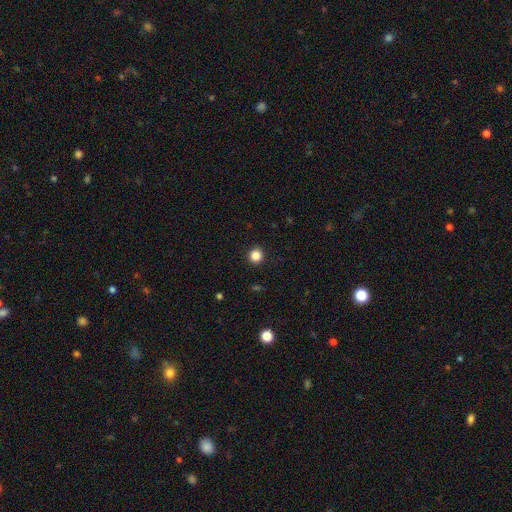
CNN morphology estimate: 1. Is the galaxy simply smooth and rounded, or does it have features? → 85% smooth, 11% star or artifact, 3% featured or disk.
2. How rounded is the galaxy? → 94% round, 5% in between, 1% cigar-shaped.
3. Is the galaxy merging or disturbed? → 93% none, 4% minor disturbance, 2% major disturbance, 1% merger.